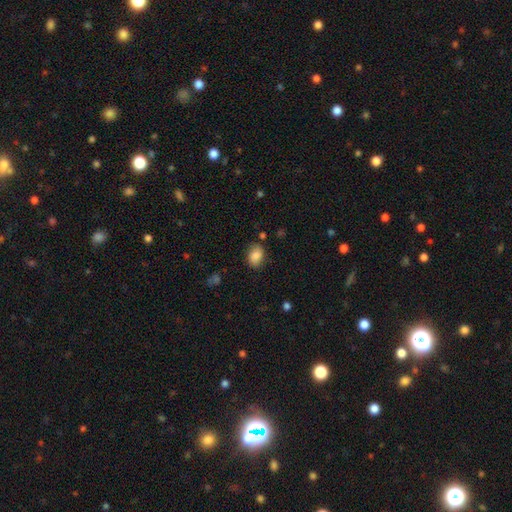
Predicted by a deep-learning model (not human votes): Overall: smooth (86%). How rounded: in between (73%). Merging: none (77%).